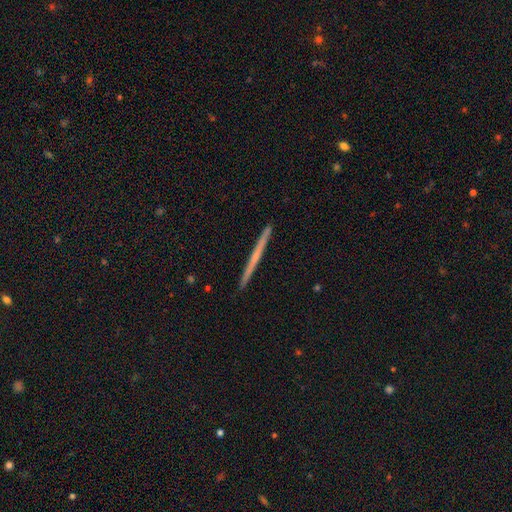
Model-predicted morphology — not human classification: This is possibly a featured or disk galaxy (57%). It is clearly viewed edge-on (98%). Edge-on bulge: clearly none (84%). Merging: clearly none (92%).